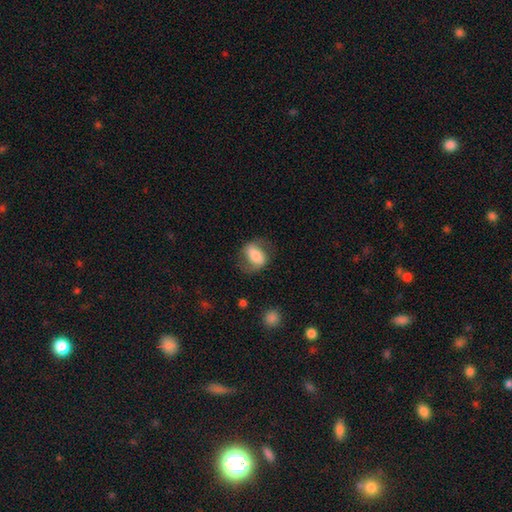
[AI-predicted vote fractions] Morphology: type=smooth (53%); roundness=in between (75%); merging=none (64%).